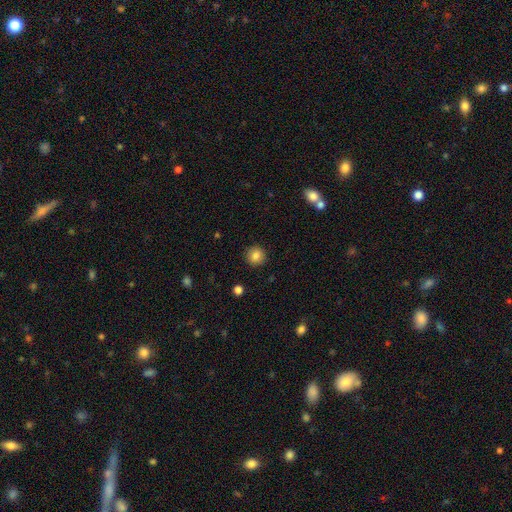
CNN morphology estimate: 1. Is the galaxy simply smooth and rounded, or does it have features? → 85% smooth, 10% star or artifact, 5% featured or disk.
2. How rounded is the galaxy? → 91% round, 8% in between, 1% cigar-shaped.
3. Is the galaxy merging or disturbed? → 91% none, 6% minor disturbance, 2% major disturbance, 1% merger.